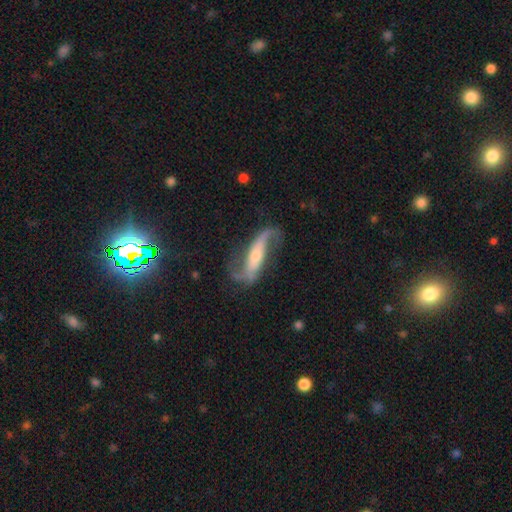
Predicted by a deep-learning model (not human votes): Smooth or featured?
  - featured or disk: 84% *
  - smooth: 9%
  - star or artifact: 7%
Edge-on disk?
  - no: 86% *
  - yes: 14%
Bar?
  - strong: 44% *
  - no: 30%
  - weak: 26%
Spiral arms?
  - yes: 95% *
  - no: 5%
Spiral winding?
  - loose: 74% *
  - medium: 20%
  - tight: 6%
Spiral arm count?
  - 2: 90% *
  - 1: 4%
  - can't tell: 3%
  - 3: 1%
  - 4: 1%
  - more than 4: 1%
Bulge size?
  - small: 46% *
  - moderate: 38%
  - large: 7%
  - none: 6%
  - dominant: 2%
Merging?
  - none: 67% *
  - minor disturbance: 17%
  - major disturbance: 13%
  - merger: 3%